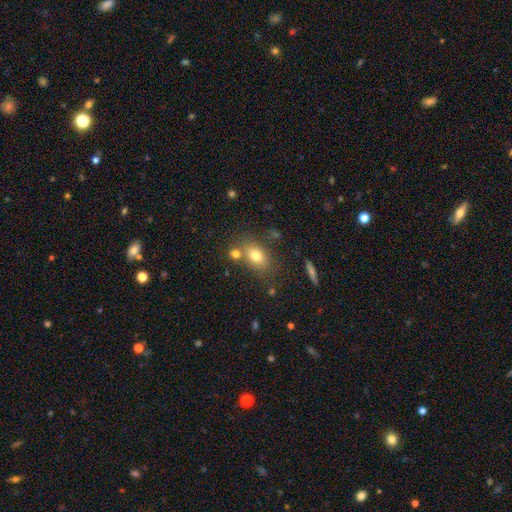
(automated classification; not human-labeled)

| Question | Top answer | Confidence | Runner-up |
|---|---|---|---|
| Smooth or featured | smooth | 75% | featured or disk (14%) |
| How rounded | in between | 76% | round (22%) |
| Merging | none | 65% | merger (18%) |